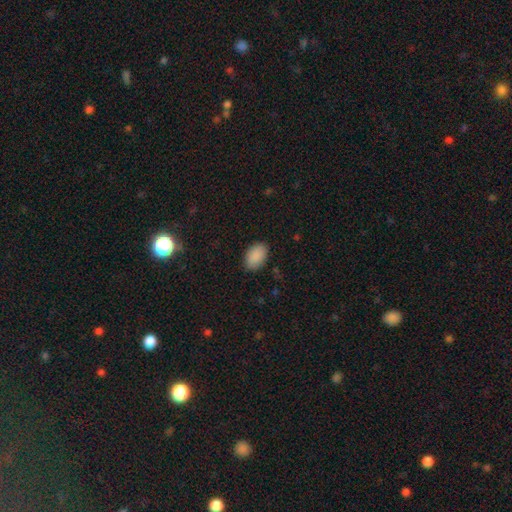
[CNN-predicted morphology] A smooth galaxy with no disk features (90%) that is in between round and cigar-shaped (91%). Merging: none (86%).